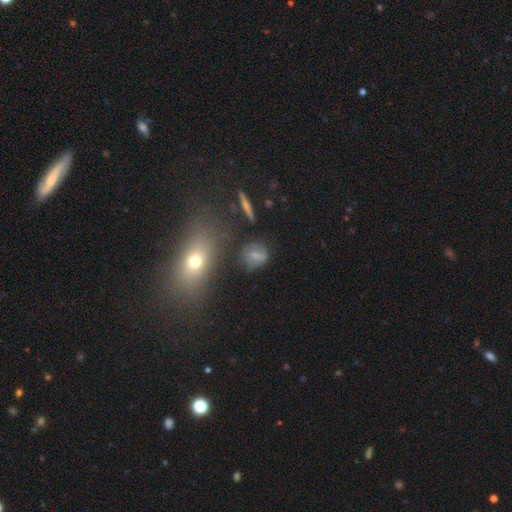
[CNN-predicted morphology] Smooth or featured? Predicted: smooth (p=0.63). How rounded? Predicted: round (p=0.64). Merging? Predicted: none (p=0.75).